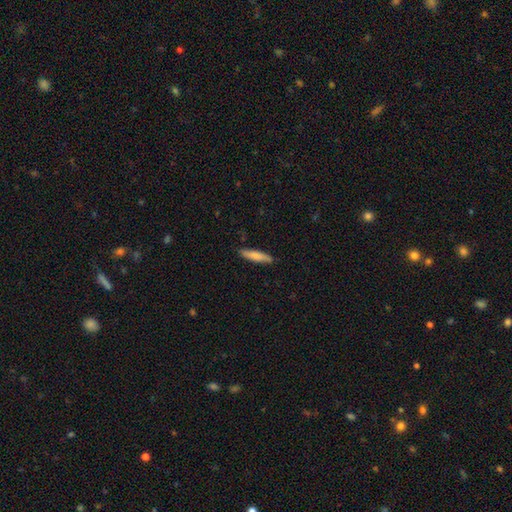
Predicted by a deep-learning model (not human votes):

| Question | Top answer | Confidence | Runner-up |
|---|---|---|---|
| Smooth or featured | smooth | 78% | featured or disk (16%) |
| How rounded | cigar-shaped | 84% | in between (15%) |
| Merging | none | 86% | minor disturbance (11%) |